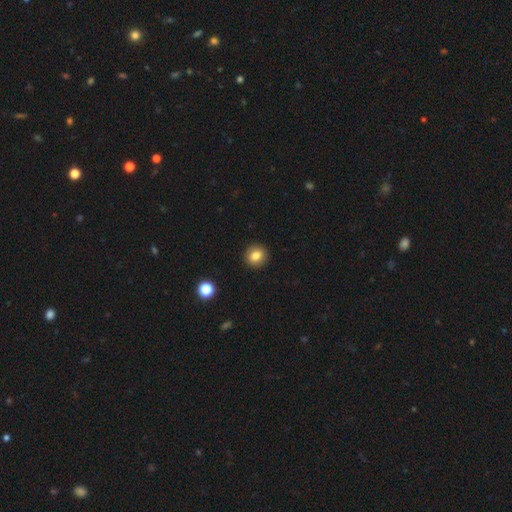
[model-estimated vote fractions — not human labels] Smooth or featured?
  - smooth: 82% *
  - star or artifact: 11%
  - featured or disk: 8%
How rounded?
  - round: 87% *
  - in between: 13%
  - cigar-shaped: 1%
Merging?
  - none: 92% *
  - minor disturbance: 5%
  - major disturbance: 2%
  - merger: 1%